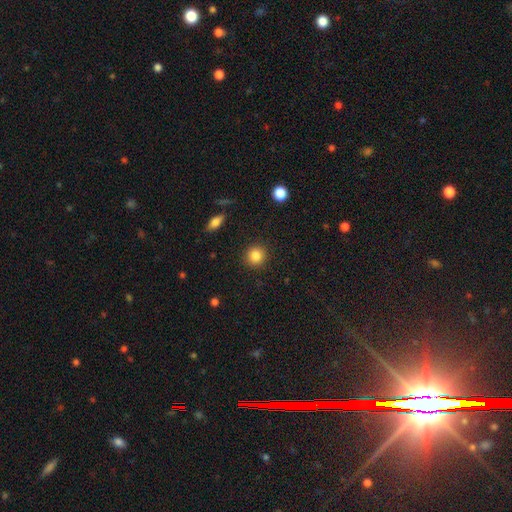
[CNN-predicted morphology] The model was most divided on "smooth or featured": smooth: 85%, star or artifact: 10%, featured or disk: 5%. More confident: merging — none (91%); how rounded — round (91%).